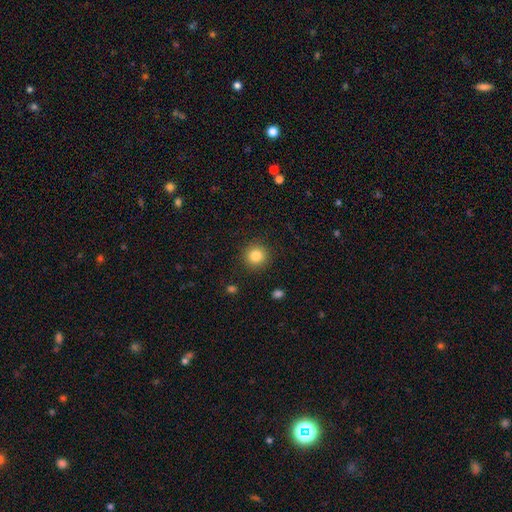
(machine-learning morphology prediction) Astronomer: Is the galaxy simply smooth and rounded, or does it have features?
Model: smooth — 84%.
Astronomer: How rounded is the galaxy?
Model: round — 94%.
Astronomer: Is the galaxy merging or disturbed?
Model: none — 91%.